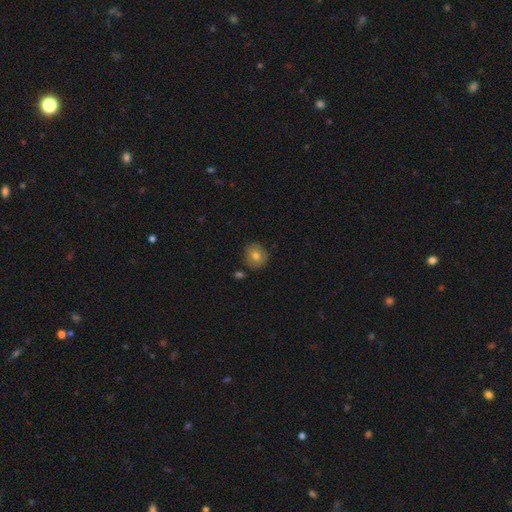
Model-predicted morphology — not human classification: A smooth galaxy with no disk features (76%) that is round (88%).

Vote fractions:
- Smooth or featured? smooth: 76% / featured or disk: 15% / star or artifact: 9%
- How rounded? round: 88% / in between: 11% / cigar-shaped: 1%
- Merging? none: 84% / minor disturbance: 10% / merger: 4% / major disturbance: 2%